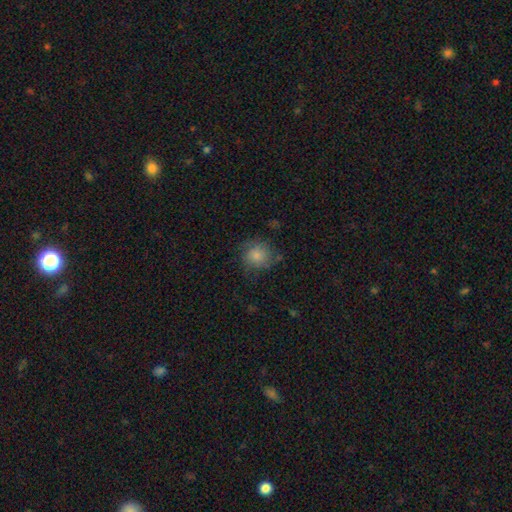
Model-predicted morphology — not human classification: A smooth galaxy with no disk features (67%) that is round (84%).

Vote fractions:
- Smooth or featured? smooth: 67% / featured or disk: 21% / star or artifact: 12%
- How rounded? round: 84% / in between: 15% / cigar-shaped: 1%
- Merging? none: 67% / minor disturbance: 22% / major disturbance: 10% / merger: 2%